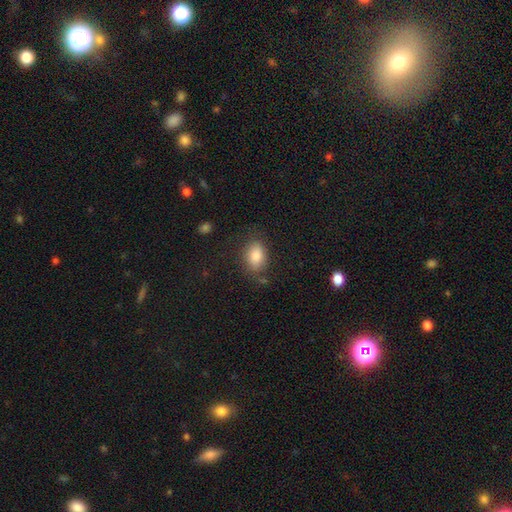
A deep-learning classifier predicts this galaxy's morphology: smooth 83%, featured or disk 9%, star or artifact 9%. Down the decision tree: how rounded — in between (83%); merging — none (74%).